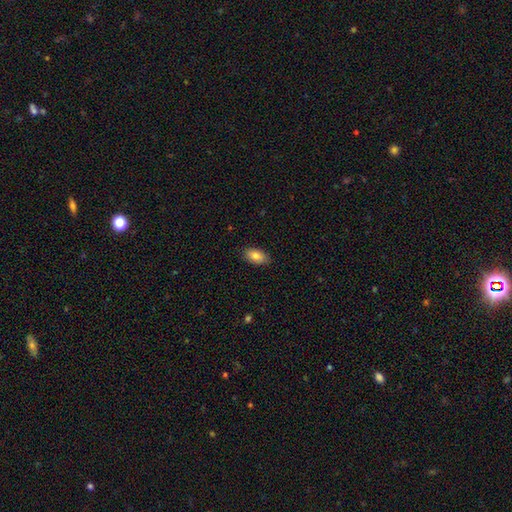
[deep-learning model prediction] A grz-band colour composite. It shows a smooth galaxy with no disk features (83%) that is in between round and cigar-shaped (93%). Merging: none (86%).